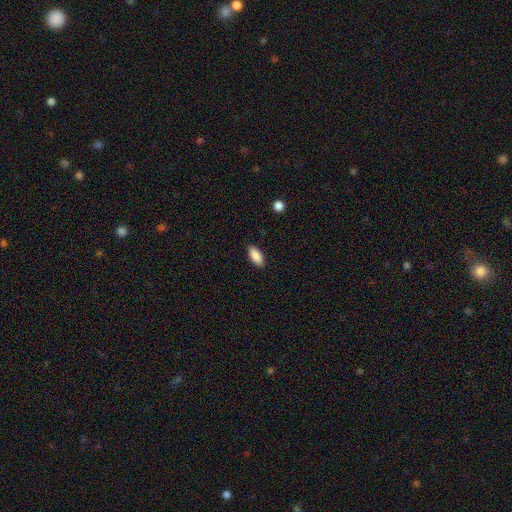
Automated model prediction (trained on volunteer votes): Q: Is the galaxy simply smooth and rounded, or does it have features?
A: smooth — 89%.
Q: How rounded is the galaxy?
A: in between — 88%.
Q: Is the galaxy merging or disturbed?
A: none — 88%.